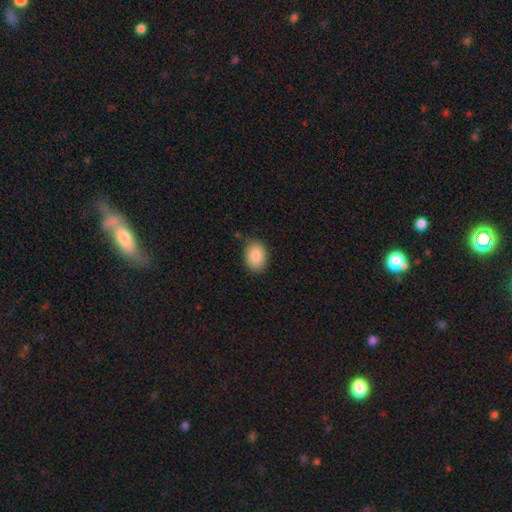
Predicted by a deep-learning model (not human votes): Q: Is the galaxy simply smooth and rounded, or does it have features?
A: smooth — 87%.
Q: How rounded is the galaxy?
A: in between — 78%.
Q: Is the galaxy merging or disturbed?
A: none — 82%.